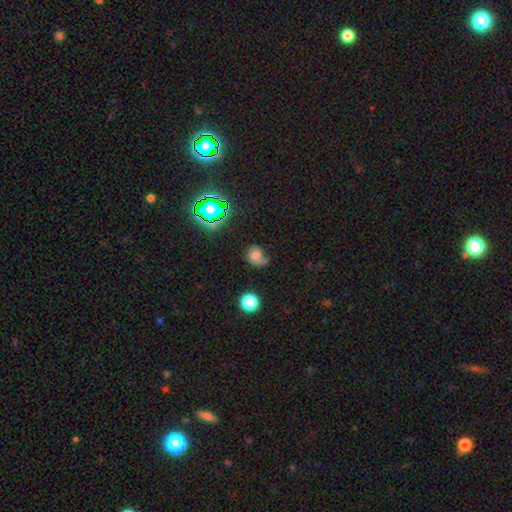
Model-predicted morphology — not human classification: type=smooth (48%); merging=none (36%).